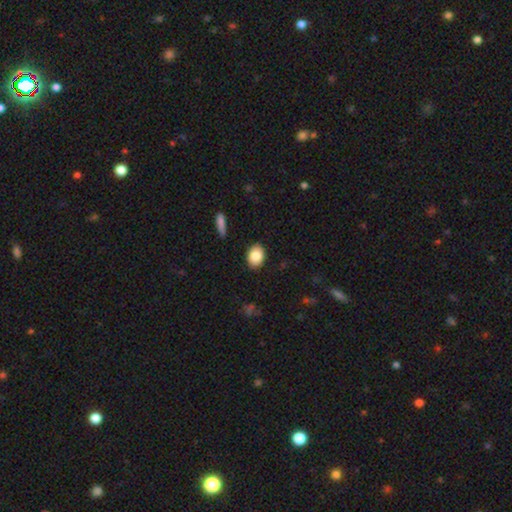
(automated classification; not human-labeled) A smooth galaxy with no disk features (85%) that is in between round and cigar-shaped (75%).

Vote fractions:
- Smooth or featured? smooth: 85% / featured or disk: 8% / star or artifact: 7%
- How rounded? in between: 75% / round: 24% / cigar-shaped: 1%
- Merging? none: 88% / minor disturbance: 8% / major disturbance: 2% / merger: 1%